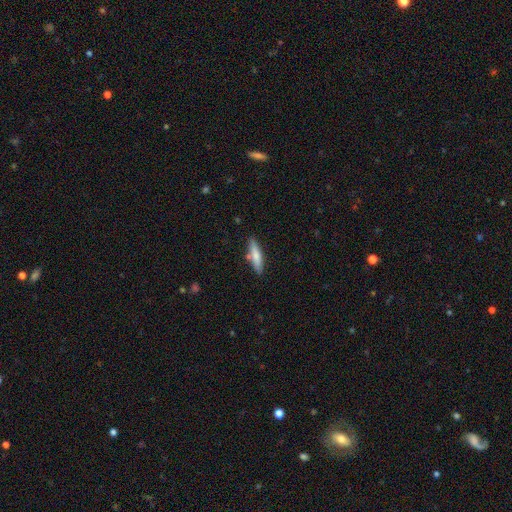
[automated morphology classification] Smooth or featured? smooth (67%)
How rounded? cigar-shaped (79%)
Merging? none (80%)